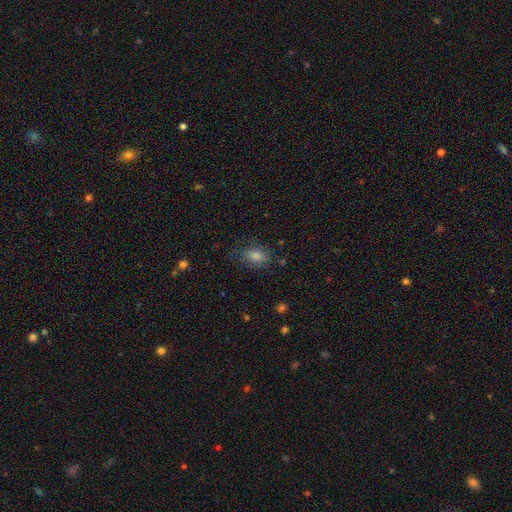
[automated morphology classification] Smooth or featured? smooth (72%)
How rounded? in between (76%)
Merging? none (76%)